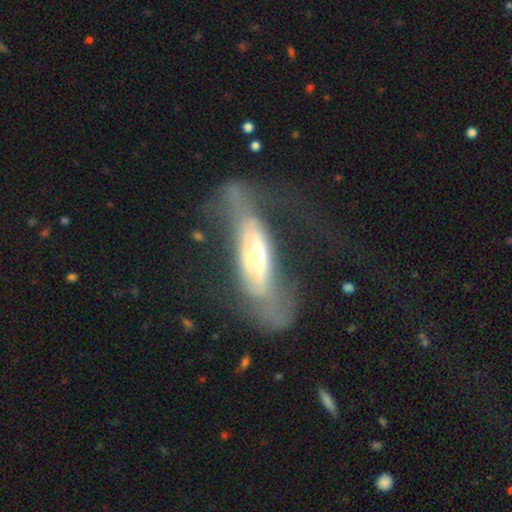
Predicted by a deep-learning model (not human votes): Morphology: type=featured or disk (62%); edge-on=no (65%); merging=major disturbance (53%).